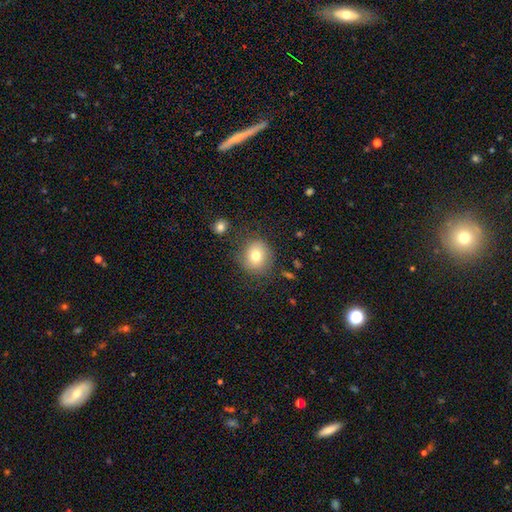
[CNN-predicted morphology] Overall: smooth (75%). How rounded: round (82%). Merging: none (78%).